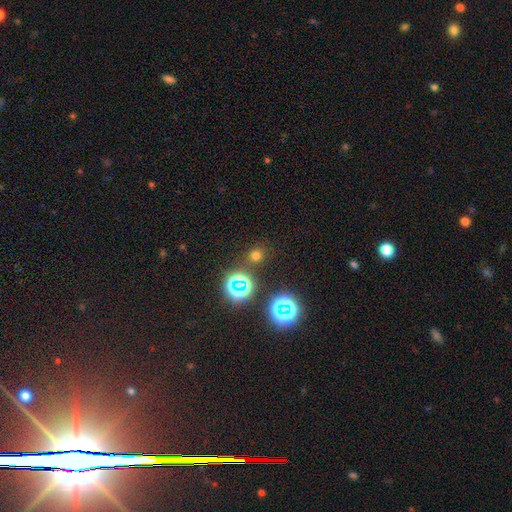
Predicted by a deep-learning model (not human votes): Smooth or featured: smooth — 63% (star or artifact — 31%)
How rounded: round — 87% (in between — 12%)
Merging: none — 84% (minor disturbance — 8%)